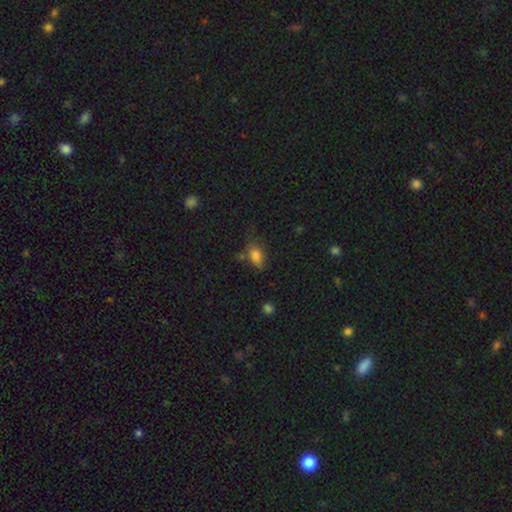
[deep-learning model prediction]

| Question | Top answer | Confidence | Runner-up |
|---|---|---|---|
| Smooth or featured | smooth | 79% | star or artifact (12%) |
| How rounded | in between | 82% | round (15%) |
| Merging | none | 57% | minor disturbance (25%) |